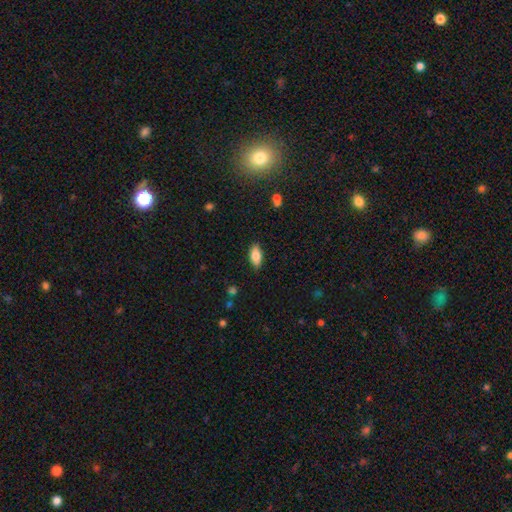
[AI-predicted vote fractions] Smooth or featured?
  - smooth: 81% *
  - featured or disk: 12%
  - star or artifact: 7%
How rounded?
  - in between: 89% *
  - cigar-shaped: 9%
  - round: 3%
Merging?
  - none: 86% *
  - minor disturbance: 11%
  - major disturbance: 2%
  - merger: 1%